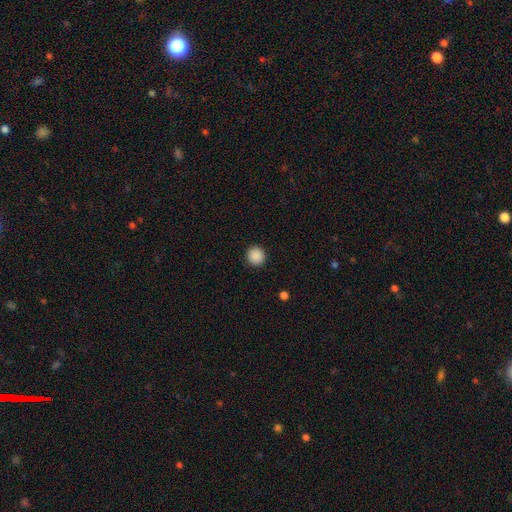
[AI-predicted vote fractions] This appears to be a smooth galaxy with no disk features (89%) that is round (95%). Merging: none (93%).